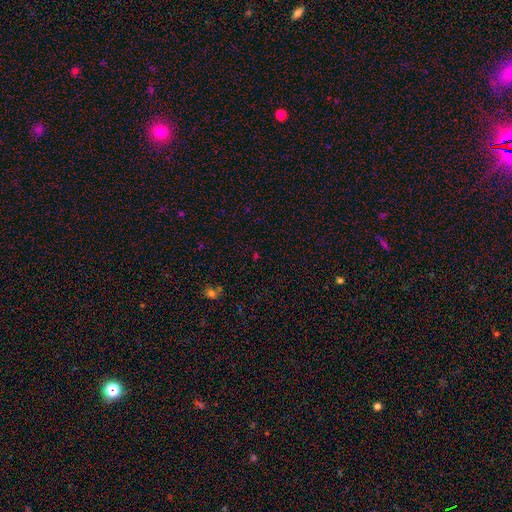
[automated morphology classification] A star or artifact, not a galaxy (56%).

Vote fractions:
- Smooth or featured? star or artifact: 56% / smooth: 36% / featured or disk: 8%